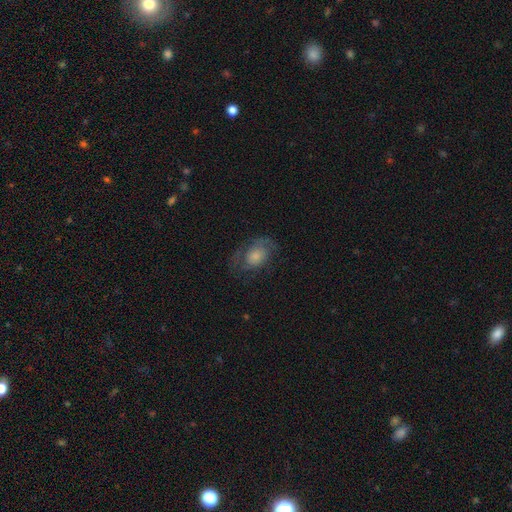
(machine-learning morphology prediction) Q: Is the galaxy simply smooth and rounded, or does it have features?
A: featured or disk — 48%.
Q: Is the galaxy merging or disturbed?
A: none — 57%.